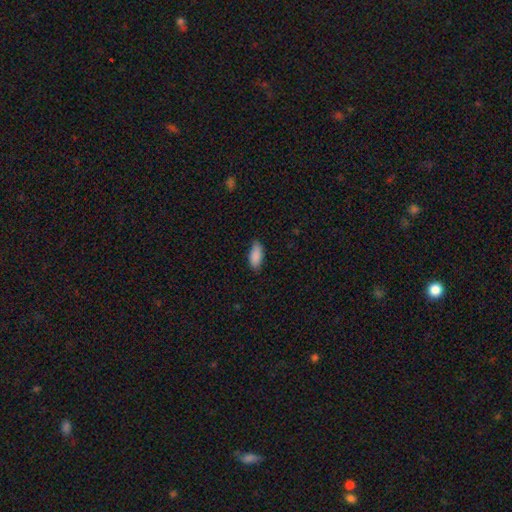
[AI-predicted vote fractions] This is clearly a smooth galaxy (89%). How rounded: clearly in between (86%). Merging: likely none (79%).